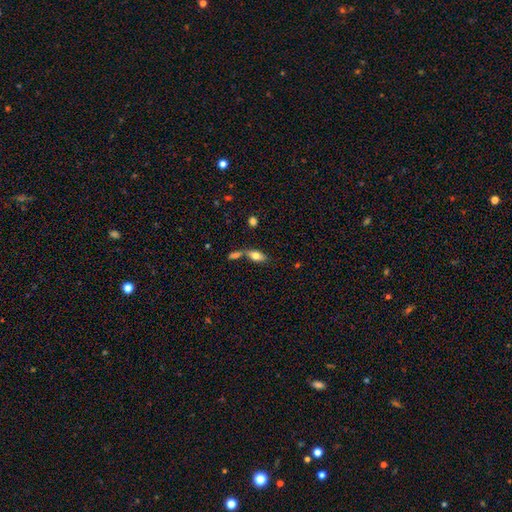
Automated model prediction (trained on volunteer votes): A smooth galaxy with no disk features (70%) that is in between round and cigar-shaped (82%).

Vote fractions:
- Smooth or featured? smooth: 70% / featured or disk: 22% / star or artifact: 8%
- How rounded? in between: 82% / cigar-shaped: 14% / round: 4%
- Merging? none: 44% / merger: 37% / minor disturbance: 13% / major disturbance: 6%